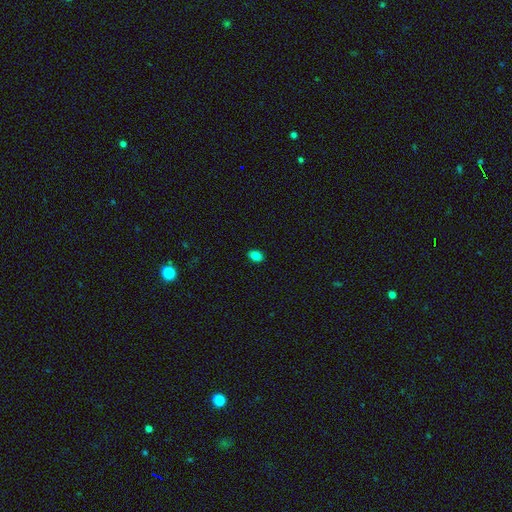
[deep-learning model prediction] Smooth or featured? smooth (85%)
How rounded? in between (79%)
Merging? none (89%)